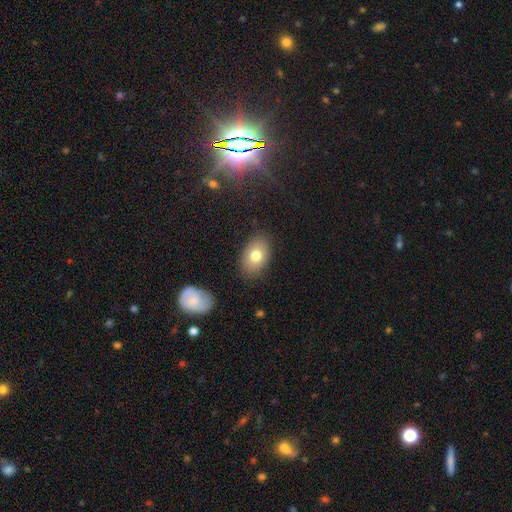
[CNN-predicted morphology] The model was most divided on "smooth or featured": smooth: 77%, featured or disk: 15%, star or artifact: 8%. More confident: merging — none (84%); how rounded — in between (83%).